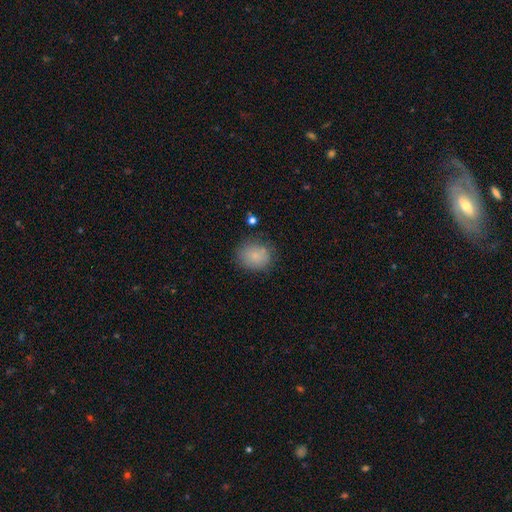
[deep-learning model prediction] Smooth or featured? smooth (83%)
How rounded? round (73%)
Merging? none (76%)